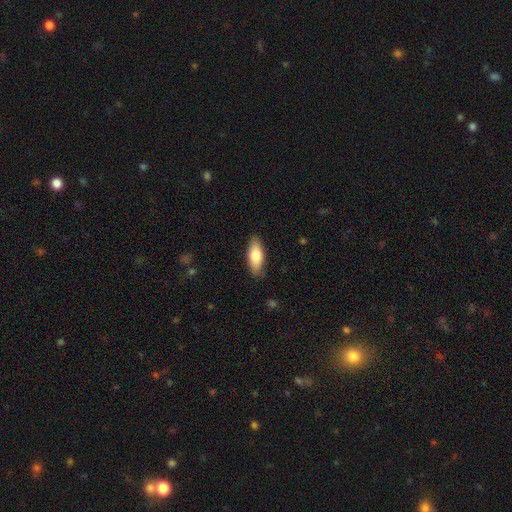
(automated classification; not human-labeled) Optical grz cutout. It shows a smooth galaxy with no disk features (74%) that is in between round and cigar-shaped (75%). Merging: none (87%).